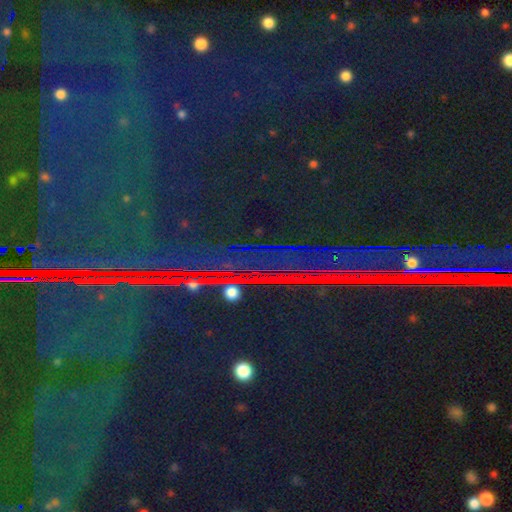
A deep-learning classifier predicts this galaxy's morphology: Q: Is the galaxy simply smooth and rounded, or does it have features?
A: star or artifact — 87%.